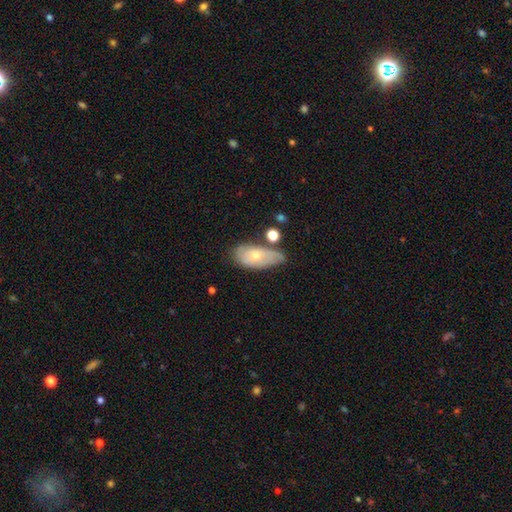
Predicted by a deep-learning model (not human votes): Q: Smooth or featured?
A: smooth (57%); runner-up: featured or disk (36%)
Q: How rounded?
A: in between (89%); runner-up: cigar-shaped (6%)
Q: Merging?
A: none (43%); runner-up: minor disturbance (34%)